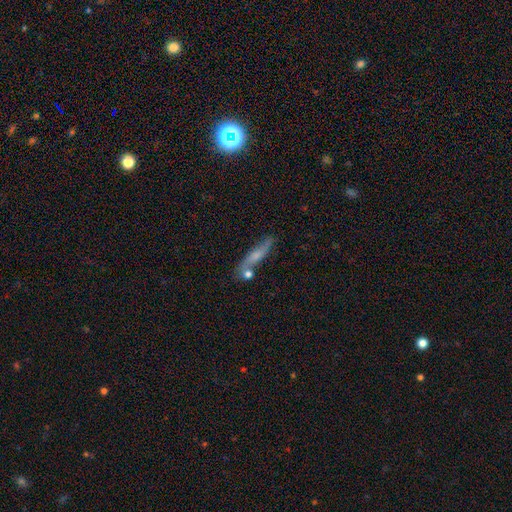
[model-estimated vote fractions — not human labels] smooth-or-featured: featured or disk: 46% | smooth: 45% | star or artifact: 9%
  merging: none: 68% | minor disturbance: 16% | merger: 12% | major disturbance: 5%